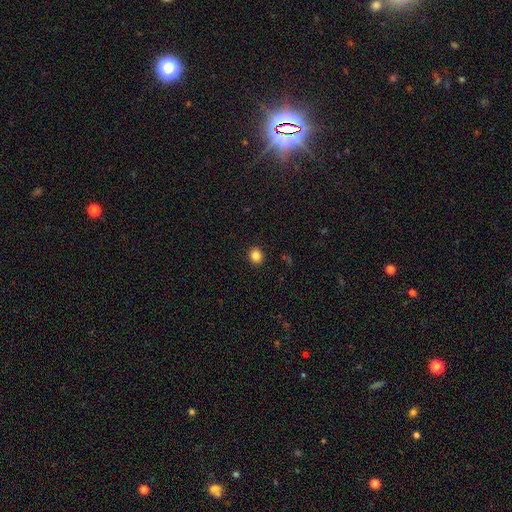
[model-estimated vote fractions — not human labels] The model was most divided on "how rounded": round: 77%, in between: 22%, cigar-shaped: 1%. More confident: merging — none (92%); smooth or featured — smooth (85%).